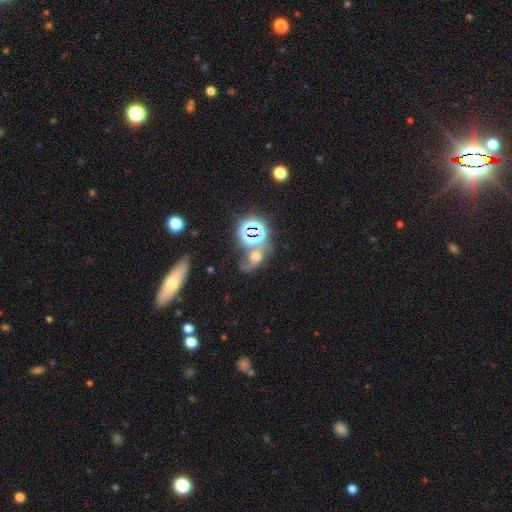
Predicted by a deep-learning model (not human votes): This appears to be a star or artifact, not a galaxy (39%).